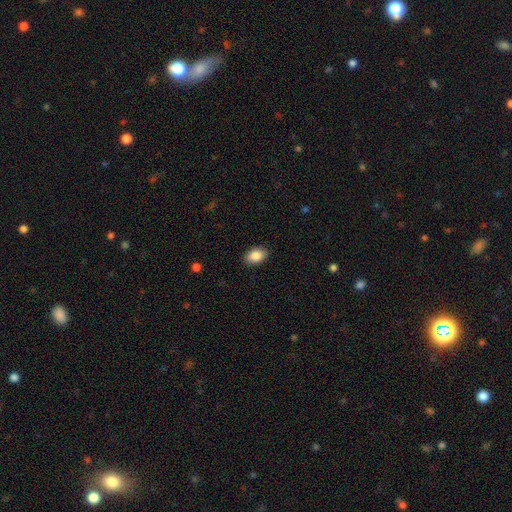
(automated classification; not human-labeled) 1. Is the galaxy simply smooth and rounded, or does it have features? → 87% smooth, 7% star or artifact, 6% featured or disk.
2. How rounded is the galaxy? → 89% in between, 10% round, 1% cigar-shaped.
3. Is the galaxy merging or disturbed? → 89% none, 8% minor disturbance, 2% major disturbance, 1% merger.